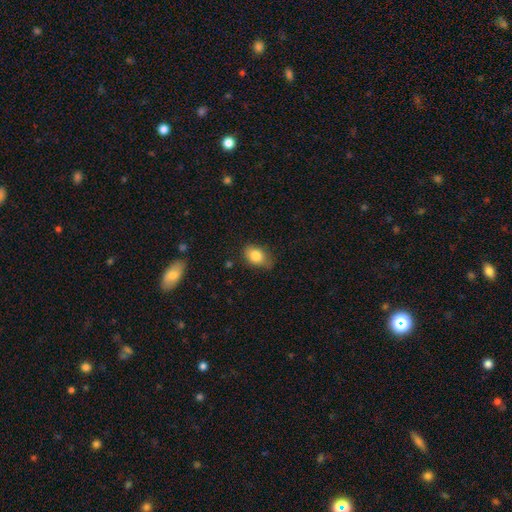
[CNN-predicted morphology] Q: Smooth or featured?
A: smooth (83%); runner-up: star or artifact (8%)
Q: How rounded?
A: in between (82%); runner-up: round (16%)
Q: Merging?
A: none (70%); runner-up: minor disturbance (23%)